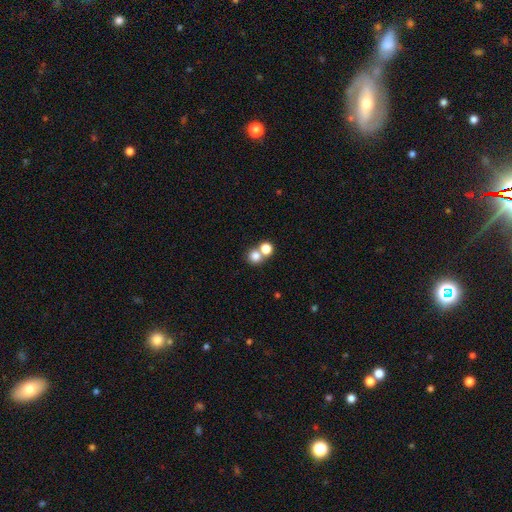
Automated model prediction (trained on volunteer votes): Smooth or featured?
  - smooth: 78% *
  - star or artifact: 13%
  - featured or disk: 9%
How rounded?
  - round: 87% *
  - in between: 12%
  - cigar-shaped: 1%
Merging?
  - none: 47% *
  - merger: 45%
  - minor disturbance: 5%
  - major disturbance: 3%